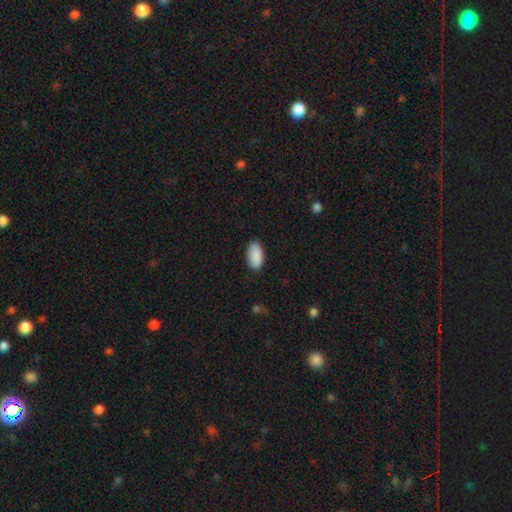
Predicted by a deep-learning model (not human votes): A smooth galaxy with no disk features (91%) that is in between round and cigar-shaped (95%).

Vote fractions:
- Smooth or featured? smooth: 91% / star or artifact: 6% / featured or disk: 3%
- How rounded? in between: 95% / cigar-shaped: 3% / round: 2%
- Merging? none: 87% / minor disturbance: 10% / major disturbance: 2% / merger: 1%